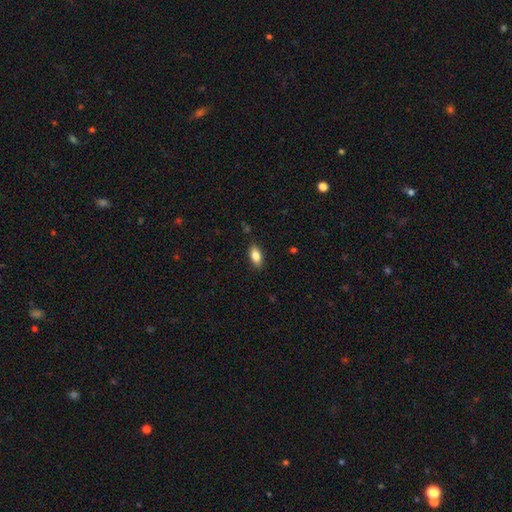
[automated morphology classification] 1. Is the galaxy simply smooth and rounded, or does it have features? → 83% smooth, 10% featured or disk, 8% star or artifact.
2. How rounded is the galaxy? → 88% in between, 8% cigar-shaped, 4% round.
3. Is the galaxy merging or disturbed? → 86% none, 11% minor disturbance, 2% major disturbance, 1% merger.